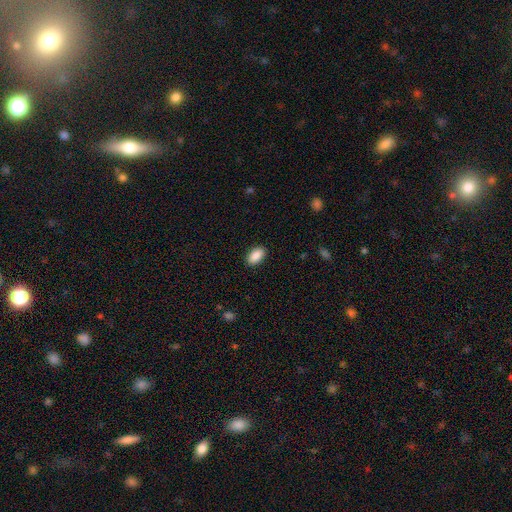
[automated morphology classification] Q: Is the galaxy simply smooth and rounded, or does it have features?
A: smooth — 90%.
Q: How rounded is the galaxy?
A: in between — 94%.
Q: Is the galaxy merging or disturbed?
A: none — 89%.